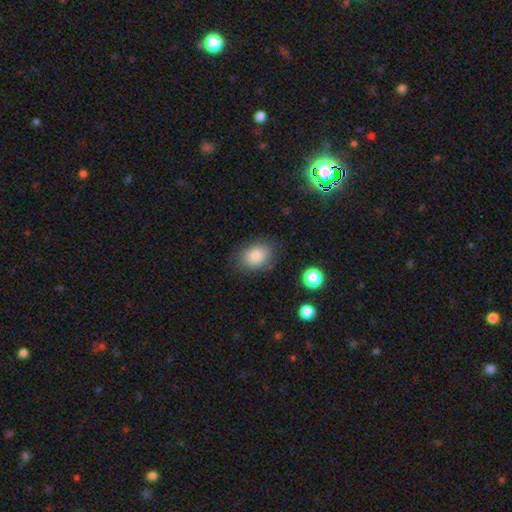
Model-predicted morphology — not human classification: Q: Smooth or featured?
A: smooth (84%); runner-up: star or artifact (9%)
Q: How rounded?
A: in between (73%); runner-up: round (26%)
Q: Merging?
A: none (81%); runner-up: minor disturbance (13%)